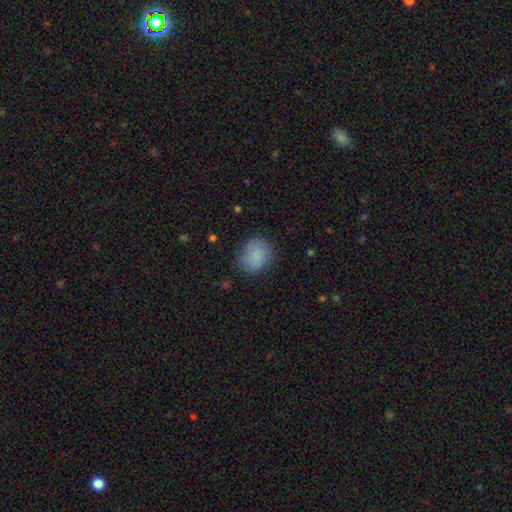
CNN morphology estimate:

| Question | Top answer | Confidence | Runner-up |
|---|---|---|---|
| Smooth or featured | smooth | 85% | star or artifact (8%) |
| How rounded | round | 63% | in between (36%) |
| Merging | none | 78% | minor disturbance (16%) |